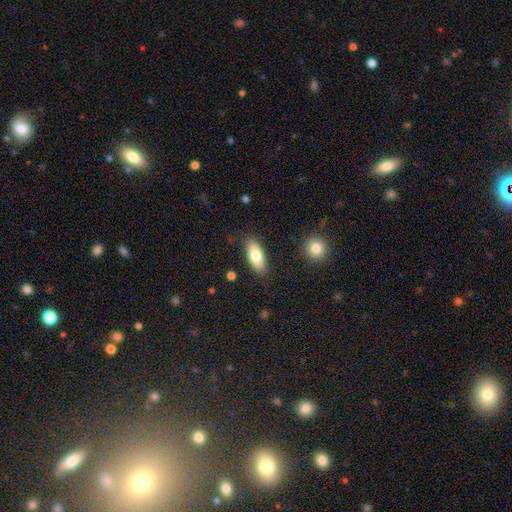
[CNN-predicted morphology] This is likely a smooth galaxy (78%). How rounded: clearly in between (83%). Merging: clearly none (85%).